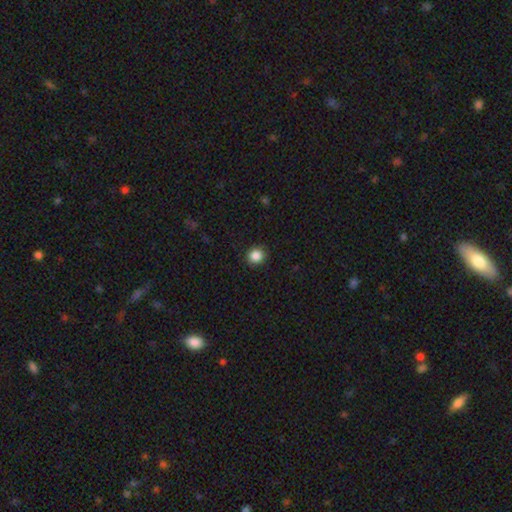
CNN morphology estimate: Smooth or featured? smooth (86%)
How rounded? round (90%)
Merging? none (89%)